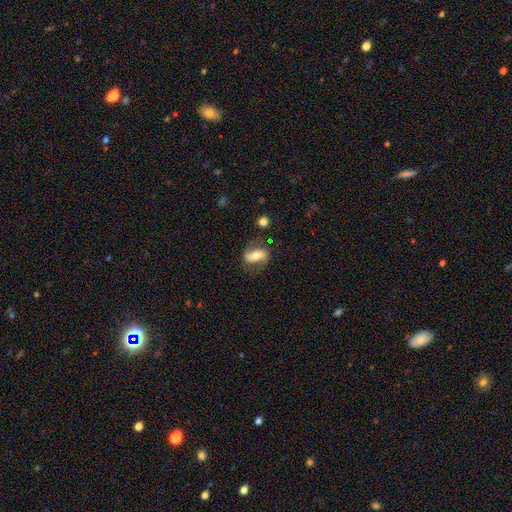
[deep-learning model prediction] smooth_or_featured: featured or disk (p=0.64) [alt: smooth p=0.28]
disk_edge_on: no (p=0.94) [alt: yes p=0.06]
bar: strong (p=0.37) [alt: no p=0.33]
has_spiral_arms: yes (p=0.88) [alt: no p=0.12]
spiral_winding: loose (p=0.53) [alt: medium p=0.33]
spiral_arm_count: 2 (p=0.89) [alt: can't tell p=0.05]
bulge_size: moderate (p=0.62) [alt: small p=0.22]
merging: none (p=0.73) [alt: minor disturbance p=0.17]